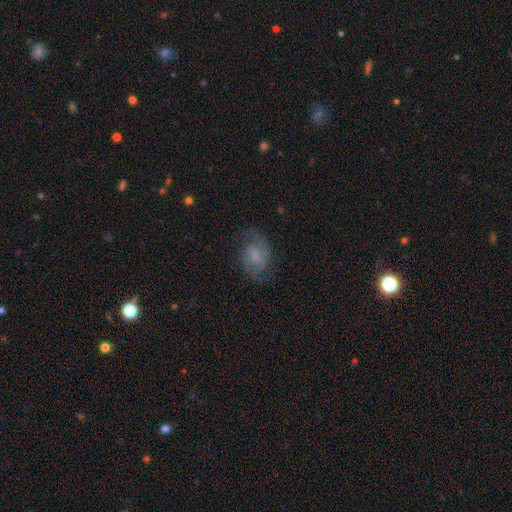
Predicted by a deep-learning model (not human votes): Smooth or featured? Predicted: featured or disk (p=0.61). Edge-on disk? Predicted: no (p=0.97). Bar? Predicted: weak (p=0.51). Spiral arms? Predicted: yes (p=0.89). Spiral winding? Predicted: medium (p=0.49). Spiral arm count? Predicted: 2 (p=0.79). Bulge size? Predicted: small (p=0.41). Merging? Predicted: none (p=0.68).